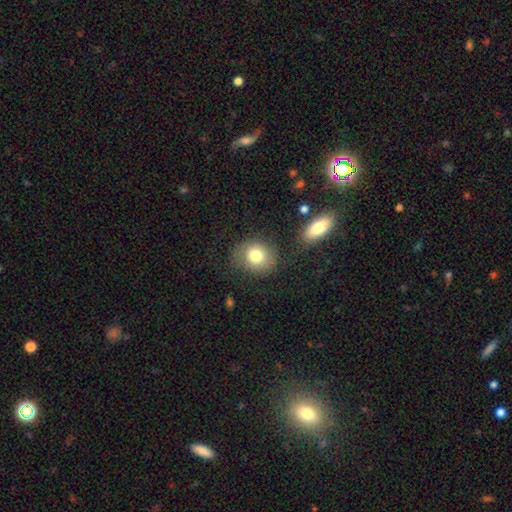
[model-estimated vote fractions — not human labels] Smooth or featured: smooth — 79% (featured or disk — 11%)
How rounded: round — 79% (in between — 20%)
Merging: none — 75% (minor disturbance — 14%)